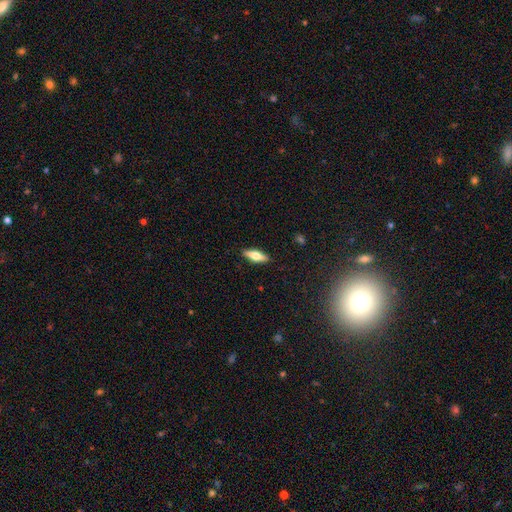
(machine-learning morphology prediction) smooth 52%, featured or disk 41%, star or artifact 6%. Down the decision tree: how rounded — in between (49%); merging — none (89%).